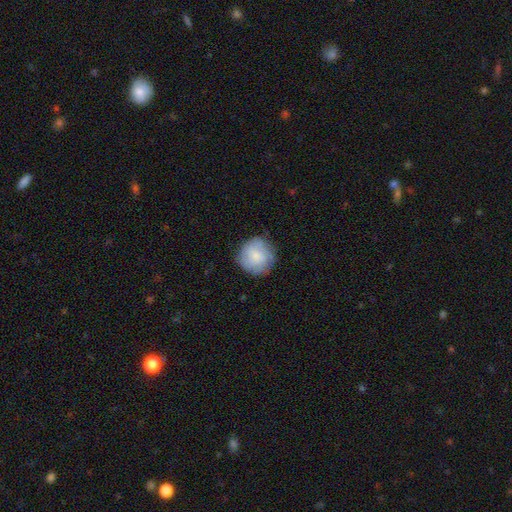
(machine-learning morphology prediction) This is likely a smooth galaxy (76%). How rounded: clearly round (93%). Merging: likely none (79%).